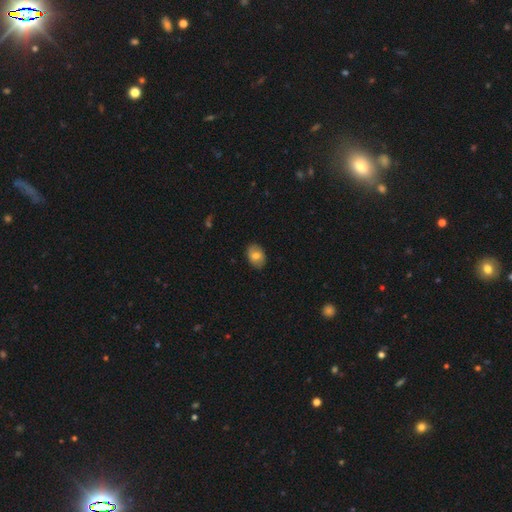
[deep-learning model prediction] smooth 73%, featured or disk 19%, star or artifact 8%. Down the decision tree: how rounded — in between (79%); merging — none (87%).